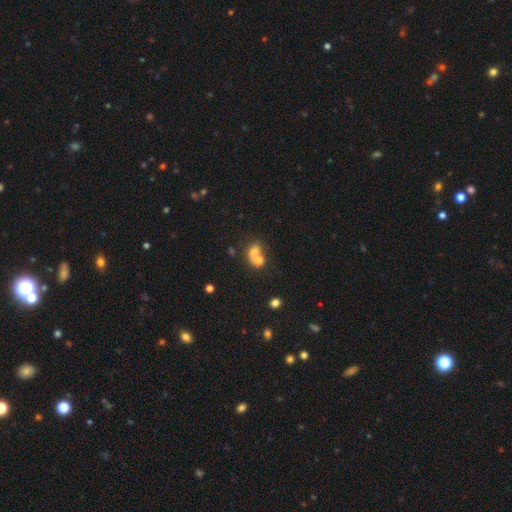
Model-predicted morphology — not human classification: Q: Smooth or featured?
A: smooth (67%); runner-up: featured or disk (21%)
Q: How rounded?
A: in between (60%); runner-up: round (39%)
Q: Merging?
A: merger (68%); runner-up: none (19%)